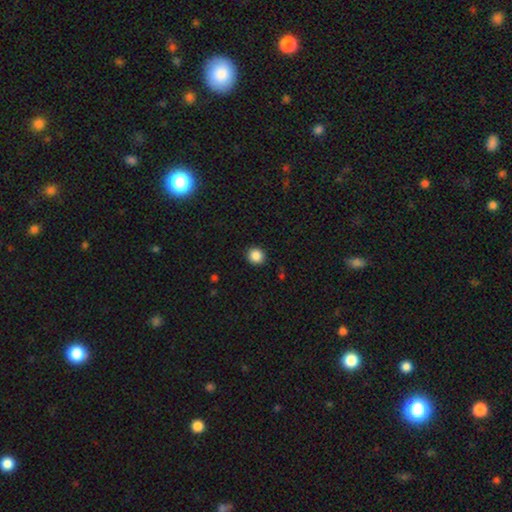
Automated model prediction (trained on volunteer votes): smooth 87%, star or artifact 10%, featured or disk 3%. Down the decision tree: how rounded — round (87%); merging — none (91%).